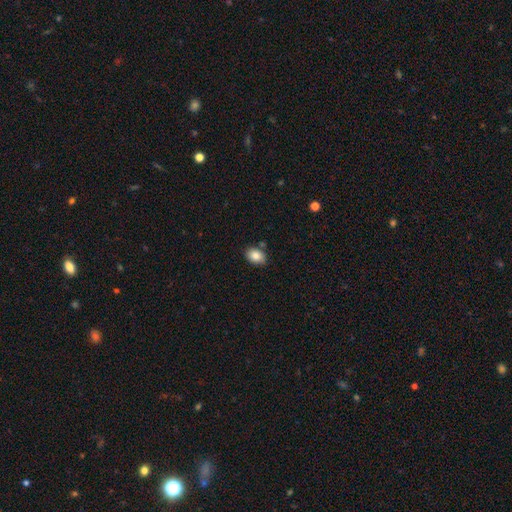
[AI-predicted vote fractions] smooth-or-featured: smooth: 84% | star or artifact: 8% | featured or disk: 8%
  how-rounded: in between: 75% | round: 24% | cigar-shaped: 1%
  merging: none: 81% | minor disturbance: 12% | merger: 5% | major disturbance: 2%